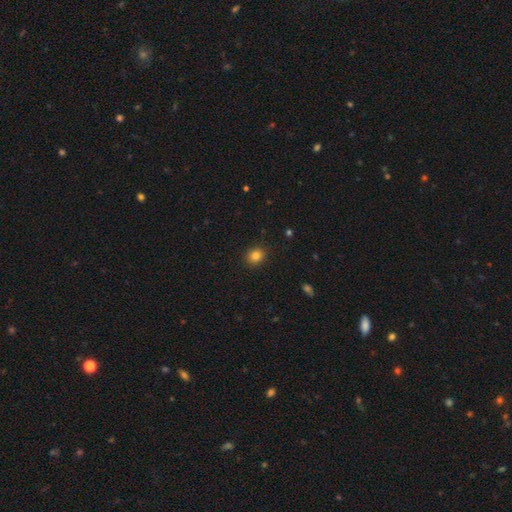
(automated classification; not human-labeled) Smooth or featured: smooth — 83% (star or artifact — 12%)
How rounded: round — 77% (in between — 22%)
Merging: none — 91% (minor disturbance — 6%)